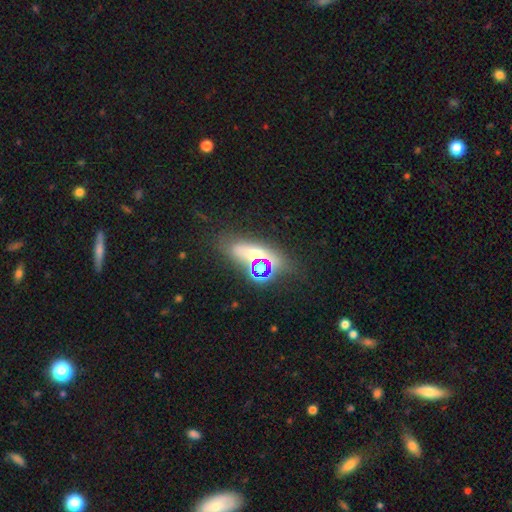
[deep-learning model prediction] Smooth or featured?
  - star or artifact: 40% *
  - smooth: 38%
  - featured or disk: 23%